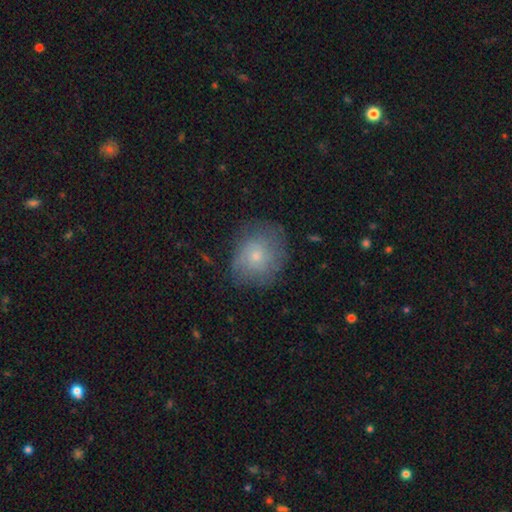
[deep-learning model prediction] Smooth or featured?
  - smooth: 58% *
  - featured or disk: 33%
  - star or artifact: 10%
How rounded?
  - round: 66% *
  - in between: 33%
  - cigar-shaped: 1%
Merging?
  - none: 68% *
  - minor disturbance: 23%
  - major disturbance: 8%
  - merger: 1%